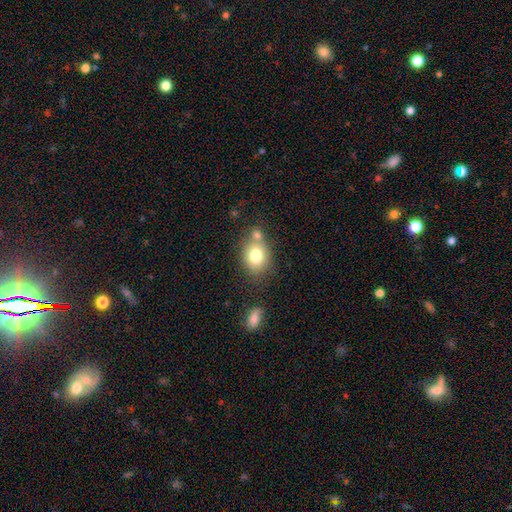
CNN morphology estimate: The model was most divided on "how rounded": in between: 51%, round: 48%, cigar-shaped: 1%. More confident: smooth or featured — smooth (77%); merging — none (59%).